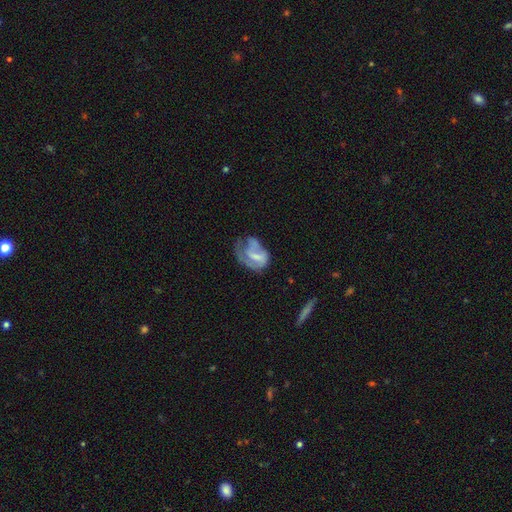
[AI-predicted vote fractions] A featured or disk galaxy (53%) with no bar (46%), no spiral arms (50%, tied with yes) and no central bulge (35%). Merging: major disturbance (43%).